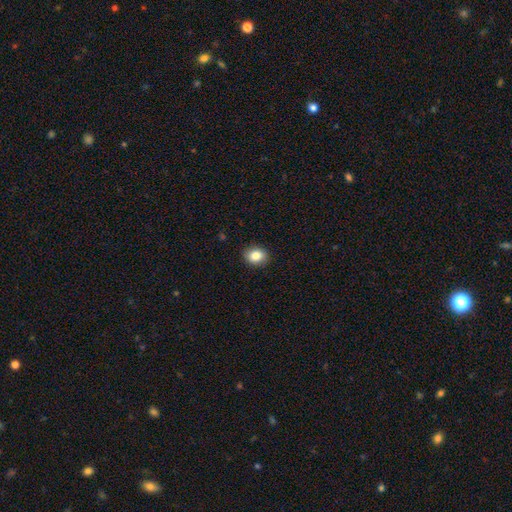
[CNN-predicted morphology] smooth 85%, star or artifact 9%, featured or disk 6%. Down the decision tree: how rounded — round (50%); merging — none (89%).